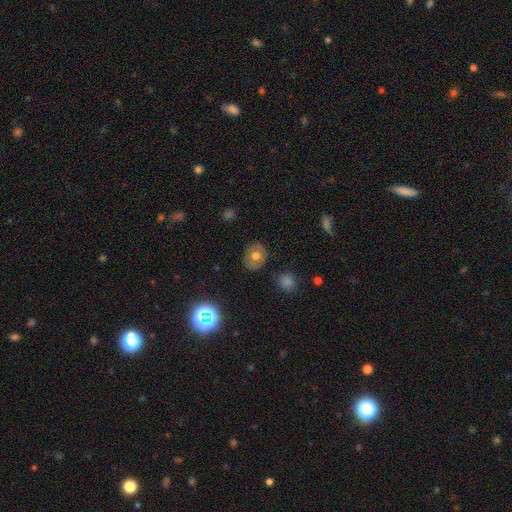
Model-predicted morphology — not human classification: smooth-or-featured: smooth: 63% | featured or disk: 25% | star or artifact: 12%
  how-rounded: round: 60% | in between: 39% | cigar-shaped: 1%
  merging: none: 84% | minor disturbance: 11% | major disturbance: 3% | merger: 2%